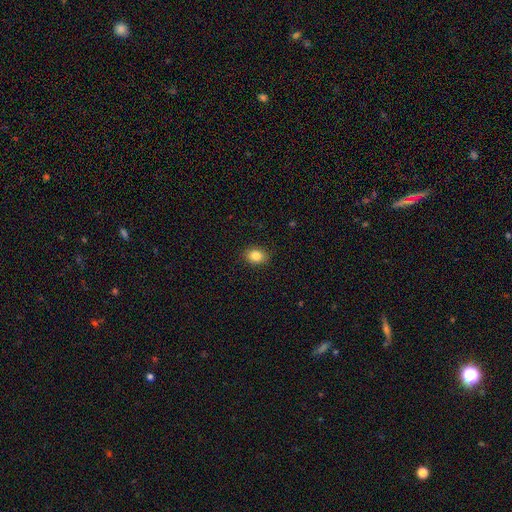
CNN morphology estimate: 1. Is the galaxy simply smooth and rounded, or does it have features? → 84% smooth, 9% star or artifact, 7% featured or disk.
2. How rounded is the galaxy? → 66% in between, 33% round, 1% cigar-shaped.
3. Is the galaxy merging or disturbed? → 89% none, 8% minor disturbance, 2% major disturbance, 1% merger.